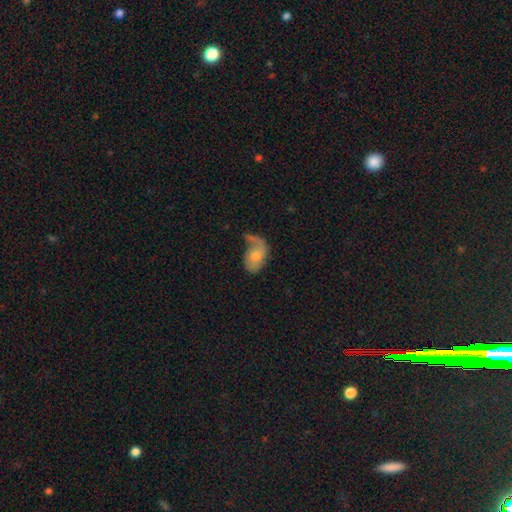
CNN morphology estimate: Q: Smooth or featured?
A: featured or disk (57%); runner-up: smooth (35%)
Q: Edge-on disk?
A: no (96%); runner-up: yes (4%)
Q: Bar?
A: no (71%); runner-up: weak (24%)
Q: Spiral arms?
A: yes (77%); runner-up: no (23%)
Q: Bulge size?
A: moderate (53%); runner-up: small (34%)
Q: Merging?
A: major disturbance (34%); runner-up: none (33%)